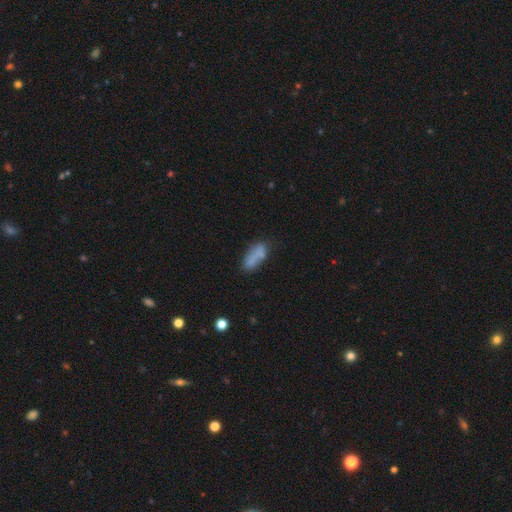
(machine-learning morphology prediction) Q: Smooth or featured?
A: smooth (74%); runner-up: featured or disk (17%)
Q: How rounded?
A: in between (69%); runner-up: cigar-shaped (28%)
Q: Merging?
A: none (54%); runner-up: minor disturbance (22%)